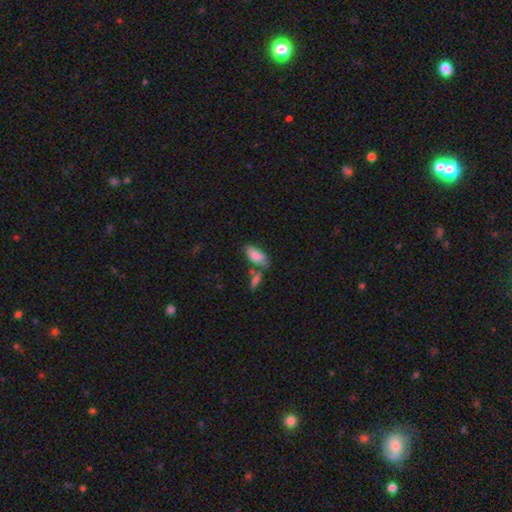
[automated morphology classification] Smooth or featured: smooth — 82% (featured or disk — 11%)
How rounded: in between — 87% (cigar-shaped — 11%)
Merging: none — 50% (merger — 25%)